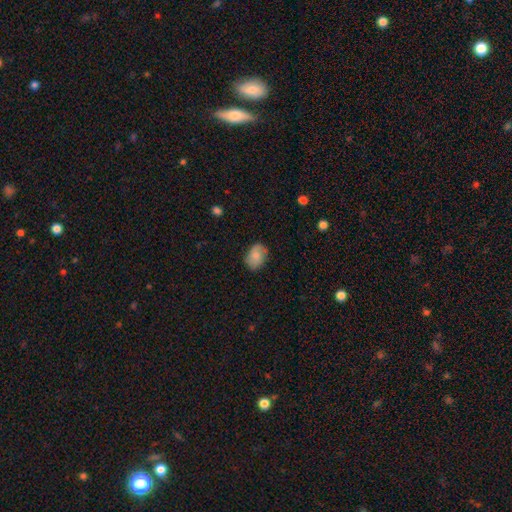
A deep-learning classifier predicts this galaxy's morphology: Overall: smooth (77%). How rounded: in between (77%). Merging: none (78%).